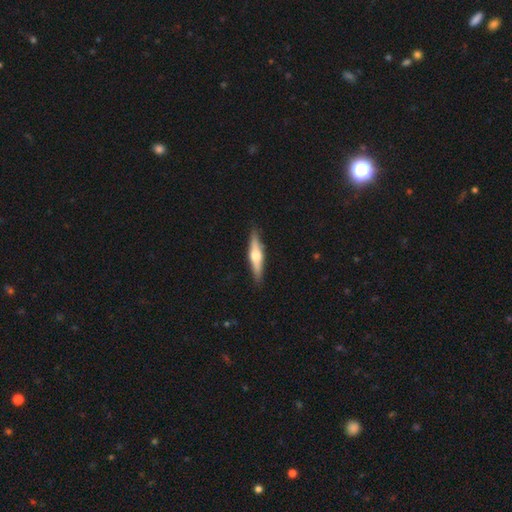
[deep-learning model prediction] Morphology: type=featured or disk (60%); edge-on=yes (95%); edge-on bulge=rounded (93%); merging=none (89%).